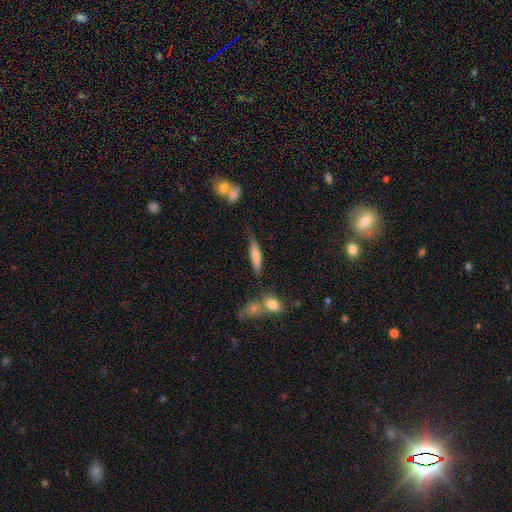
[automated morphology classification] A smooth galaxy with no disk features (67%) that is cigar-shaped (79%).

Vote fractions:
- Smooth or featured? smooth: 67% / featured or disk: 26% / star or artifact: 7%
- How rounded? cigar-shaped: 79% / in between: 18% / round: 2%
- Merging? none: 62% / minor disturbance: 23% / merger: 8% / major disturbance: 7%